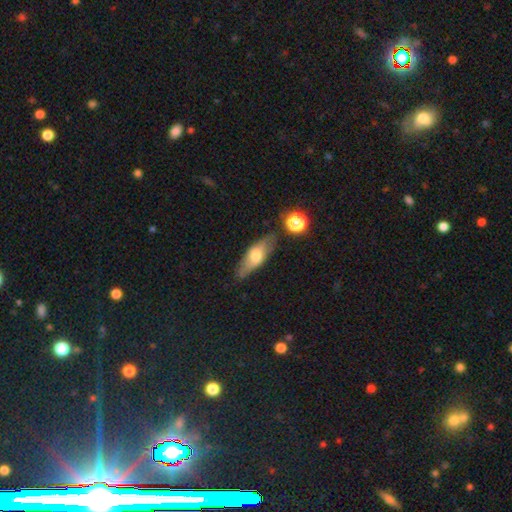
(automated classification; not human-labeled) smooth_or_featured: smooth (p=0.53) [alt: featured or disk p=0.40]
how_rounded: in between (p=0.60) [alt: cigar-shaped p=0.36]
merging: none (p=0.77) [alt: minor disturbance p=0.16]